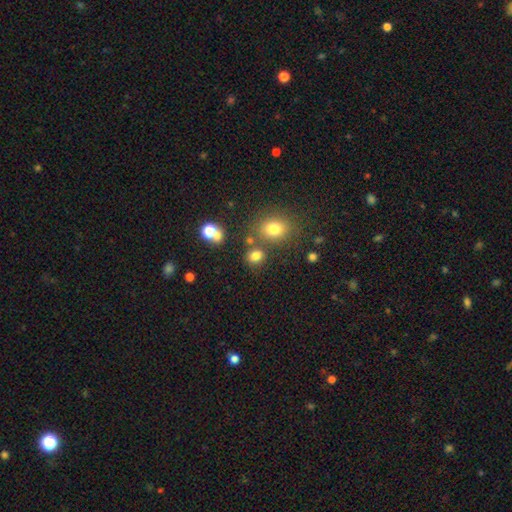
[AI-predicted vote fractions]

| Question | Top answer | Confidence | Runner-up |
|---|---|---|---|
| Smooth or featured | smooth | 77% | star or artifact (16%) |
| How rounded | round | 66% | in between (33%) |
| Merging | none | 72% | merger (13%) |